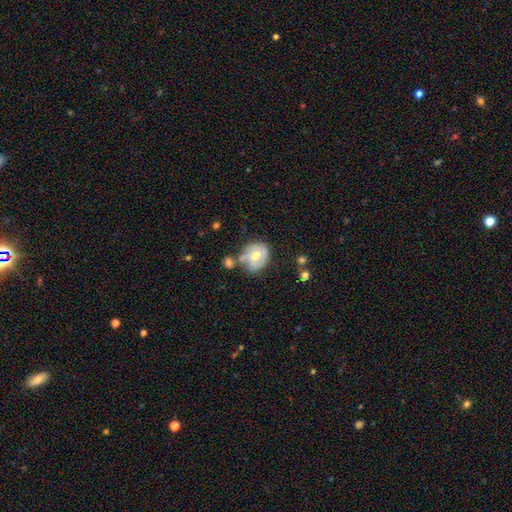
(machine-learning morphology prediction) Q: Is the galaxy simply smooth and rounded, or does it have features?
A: featured or disk — 52%.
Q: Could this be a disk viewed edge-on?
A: no — 96%.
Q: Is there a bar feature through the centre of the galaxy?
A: no — 59%.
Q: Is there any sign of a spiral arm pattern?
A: yes — 57%.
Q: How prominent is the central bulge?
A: moderate — 76%.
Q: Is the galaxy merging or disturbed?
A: none — 45%.